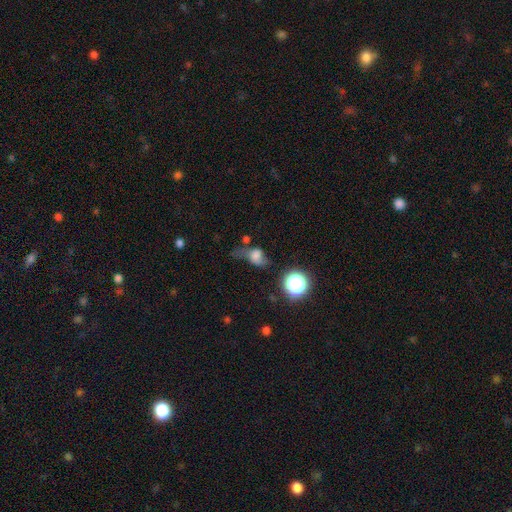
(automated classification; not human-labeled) Smooth or featured: smooth — 59% (featured or disk — 24%)
How rounded: in between — 62% (round — 35%)
Merging: major disturbance — 40% (none — 27%)